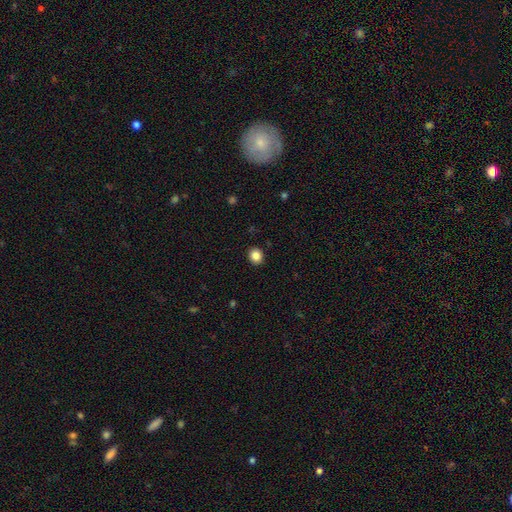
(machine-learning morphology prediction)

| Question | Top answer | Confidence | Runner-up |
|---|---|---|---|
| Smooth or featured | smooth | 85% | star or artifact (10%) |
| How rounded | round | 75% | in between (25%) |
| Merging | none | 92% | minor disturbance (6%) |